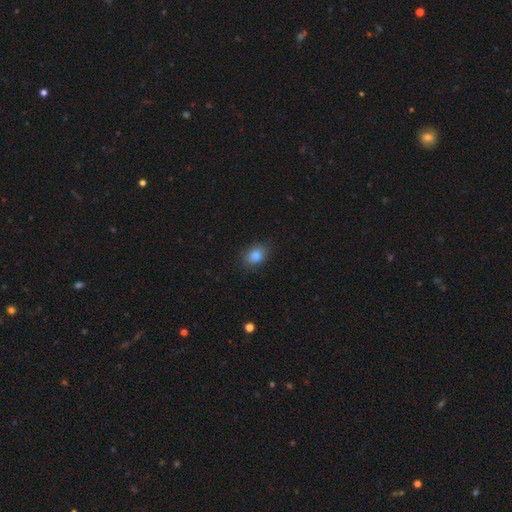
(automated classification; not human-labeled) The model was most divided on "how rounded": in between: 73%, round: 26%, cigar-shaped: 1%. More confident: smooth or featured — smooth (85%); merging — none (81%).